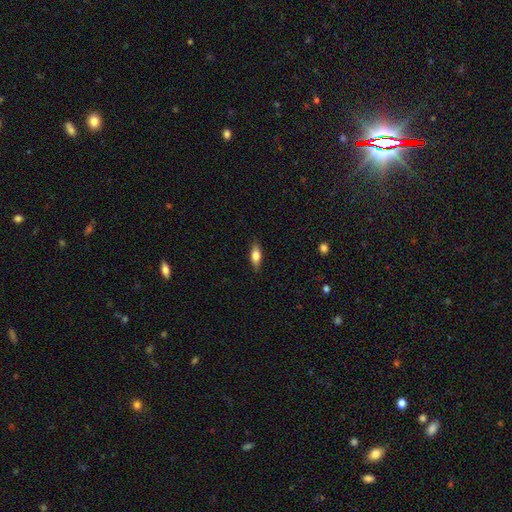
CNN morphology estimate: Overall: smooth (70%). How rounded: in between (73%). Merging: none (86%).